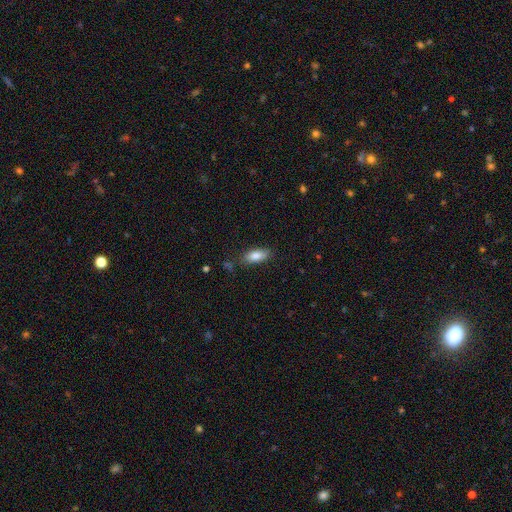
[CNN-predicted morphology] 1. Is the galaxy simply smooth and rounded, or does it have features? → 83% smooth, 10% featured or disk, 7% star or artifact.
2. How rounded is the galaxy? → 81% in between, 16% cigar-shaped, 2% round.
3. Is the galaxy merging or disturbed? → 81% none, 14% minor disturbance, 3% major disturbance, 2% merger.